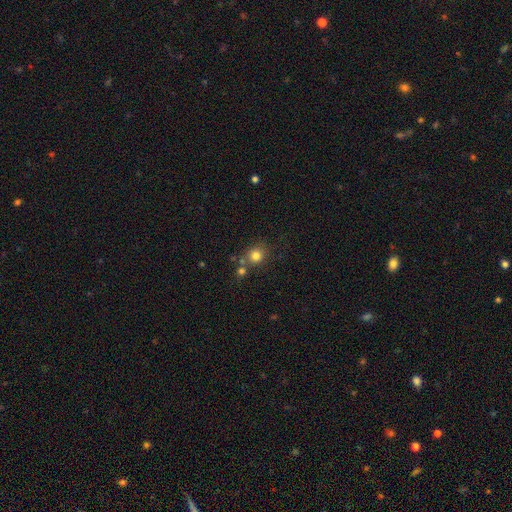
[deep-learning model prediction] smooth 79%, star or artifact 13%, featured or disk 7%. Down the decision tree: how rounded — round (84%); merging — none (67%).